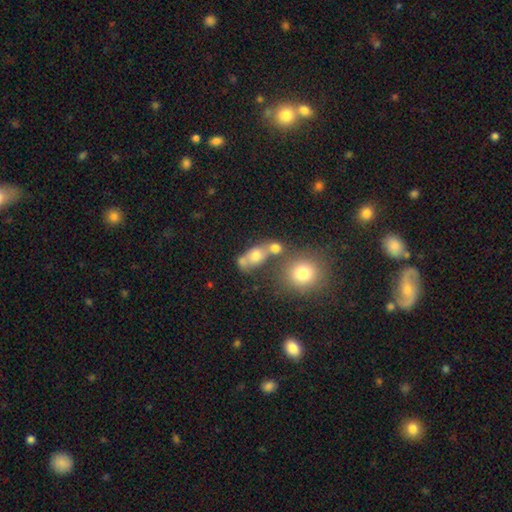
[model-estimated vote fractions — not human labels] Morphology: type=smooth (64%); roundness=in between (56%); merging=merger (41%).